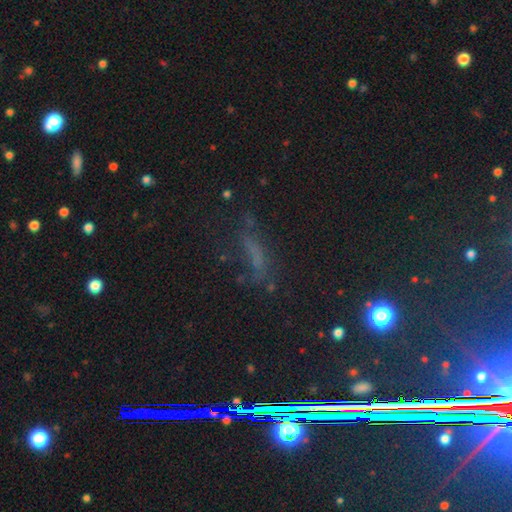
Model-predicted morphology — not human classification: This appears to be a star or artifact, not a galaxy (42%).